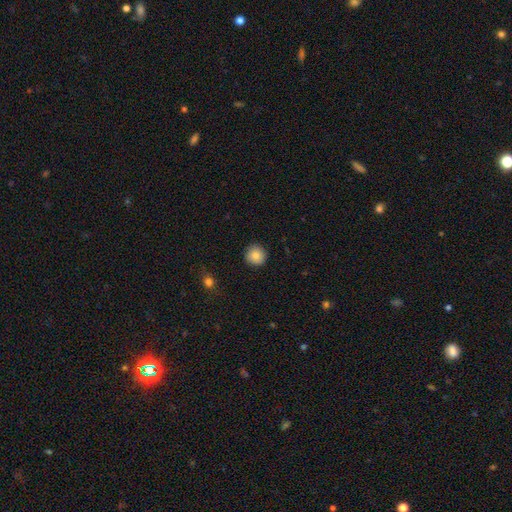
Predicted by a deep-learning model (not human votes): smooth-or-featured: smooth: 83% | star or artifact: 9% | featured or disk: 9%
  how-rounded: round: 95% | in between: 4% | cigar-shaped: 1%
  merging: none: 90% | minor disturbance: 7% | major disturbance: 2% | merger: 1%